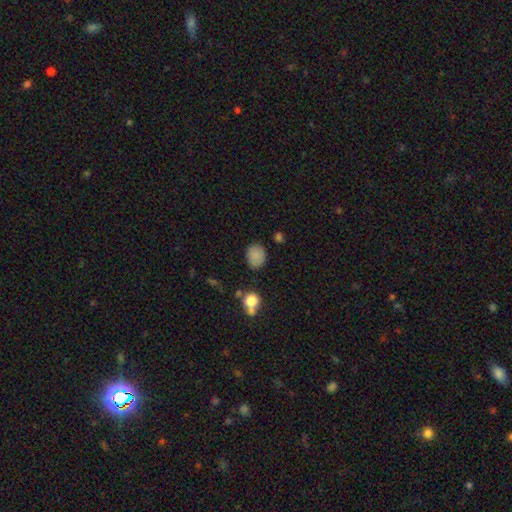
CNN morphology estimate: Smooth or featured?
  - smooth: 84% *
  - star or artifact: 11%
  - featured or disk: 5%
How rounded?
  - round: 56% *
  - in between: 43%
  - cigar-shaped: 1%
Merging?
  - none: 79% *
  - minor disturbance: 14%
  - major disturbance: 4%
  - merger: 3%